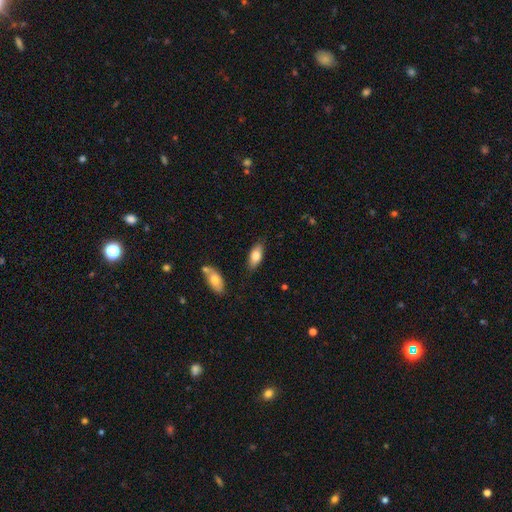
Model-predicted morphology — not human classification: This appears to be a smooth galaxy with no disk features (80%) that is in between round and cigar-shaped (85%). Merging: none (80%).